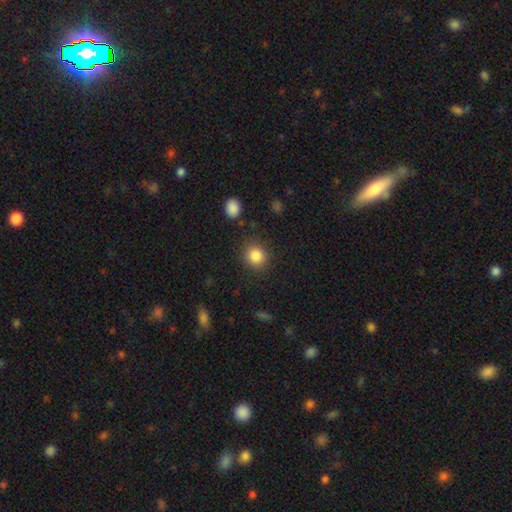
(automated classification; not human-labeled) Smooth or featured: smooth — 85% (star or artifact — 10%)
How rounded: round — 86% (in between — 13%)
Merging: none — 86% (minor disturbance — 8%)